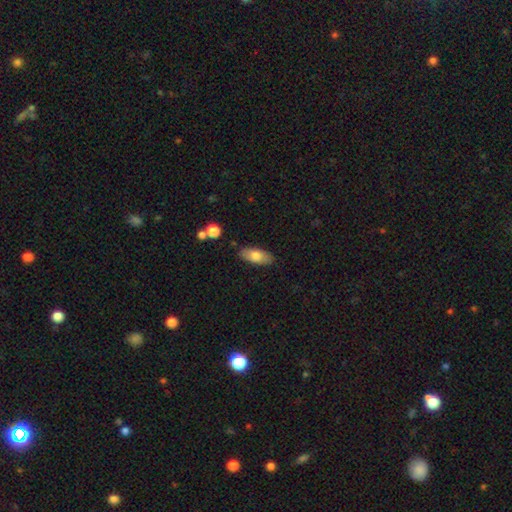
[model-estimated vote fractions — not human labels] Smooth or featured: smooth — 74% (featured or disk — 19%)
How rounded: in between — 84% (cigar-shaped — 13%)
Merging: none — 85% (minor disturbance — 10%)